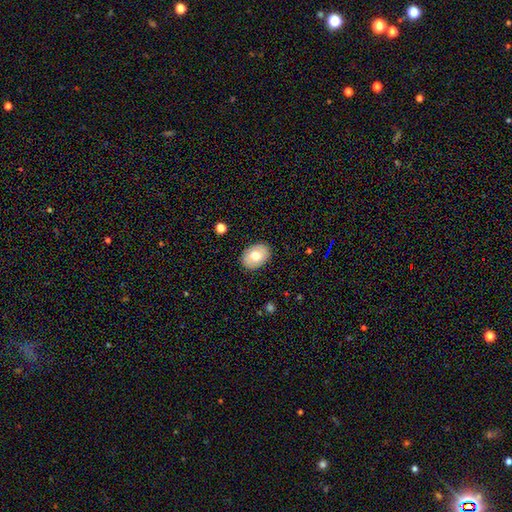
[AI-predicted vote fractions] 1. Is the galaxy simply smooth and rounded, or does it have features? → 69% smooth, 24% featured or disk, 7% star or artifact.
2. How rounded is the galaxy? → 72% in between, 27% round, 1% cigar-shaped.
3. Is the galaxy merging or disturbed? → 87% none, 10% minor disturbance, 2% major disturbance, 1% merger.